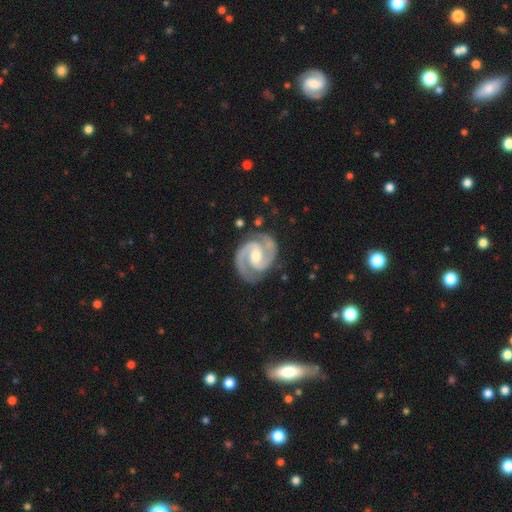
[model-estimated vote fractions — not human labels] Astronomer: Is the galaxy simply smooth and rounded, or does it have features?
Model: featured or disk — 94%.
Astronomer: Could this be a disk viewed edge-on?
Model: no — 98%.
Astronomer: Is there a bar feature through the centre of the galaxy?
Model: weak — 45% (runner-up: no, 28%).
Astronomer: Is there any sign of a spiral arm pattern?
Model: yes — 99%.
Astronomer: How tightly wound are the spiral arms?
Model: medium — 51% (runner-up: tight, 44%).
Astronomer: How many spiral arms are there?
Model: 2 — 94%.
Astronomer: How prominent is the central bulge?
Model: moderate — 58% (runner-up: small, 35%).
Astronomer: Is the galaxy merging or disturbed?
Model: none — 84%.